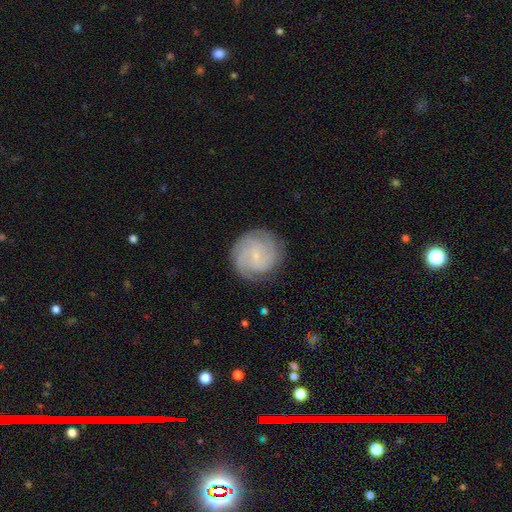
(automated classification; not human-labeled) Q: Smooth or featured?
A: featured or disk (73%); runner-up: smooth (20%)
Q: Edge-on disk?
A: no (98%); runner-up: yes (2%)
Q: Bar?
A: no (60%); runner-up: weak (35%)
Q: Spiral arms?
A: yes (95%); runner-up: no (5%)
Q: Spiral winding?
A: tight (63%); runner-up: medium (30%)
Q: Spiral arm count?
A: can't tell (28%); runner-up: 3 (27%)
Q: Bulge size?
A: small (82%); runner-up: moderate (10%)
Q: Merging?
A: none (82%); runner-up: minor disturbance (13%)